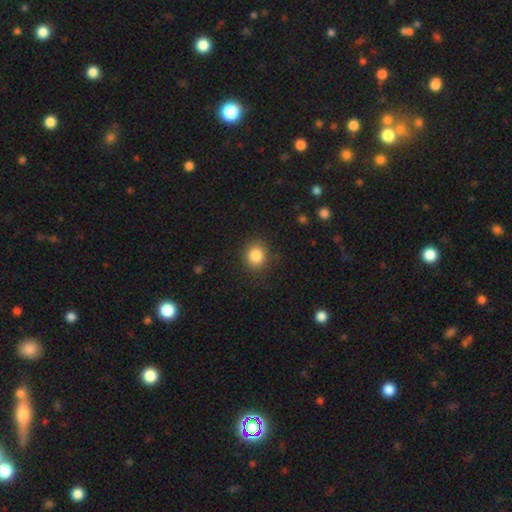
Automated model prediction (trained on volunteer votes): Smooth or featured?
  - smooth: 85% *
  - star or artifact: 10%
  - featured or disk: 5%
How rounded?
  - round: 80% *
  - in between: 19%
  - cigar-shaped: 1%
Merging?
  - none: 86% *
  - minor disturbance: 10%
  - major disturbance: 3%
  - merger: 1%